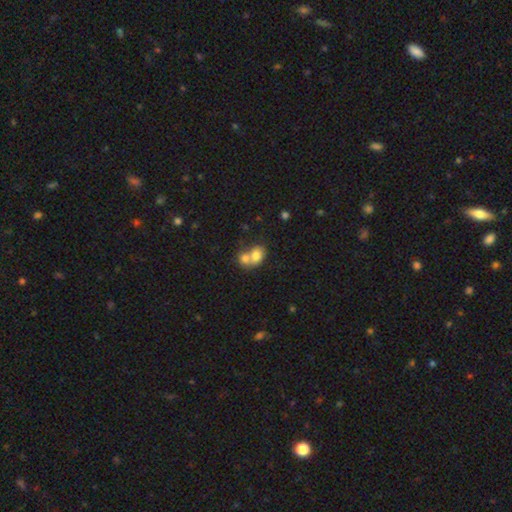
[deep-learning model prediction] Smooth or featured?
  - smooth: 75% *
  - featured or disk: 16%
  - star or artifact: 9%
How rounded?
  - in between: 55% *
  - round: 44%
  - cigar-shaped: 1%
Merging?
  - merger: 70% *
  - none: 21%
  - minor disturbance: 6%
  - major disturbance: 3%